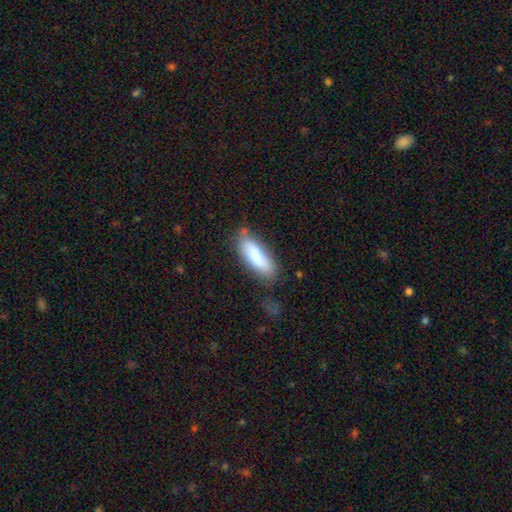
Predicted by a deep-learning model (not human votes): smooth_or_featured: smooth (p=0.80) [alt: featured or disk p=0.14]
how_rounded: in between (p=0.58) [alt: cigar-shaped p=0.41]
merging: none (p=0.64) [alt: minor disturbance p=0.24]